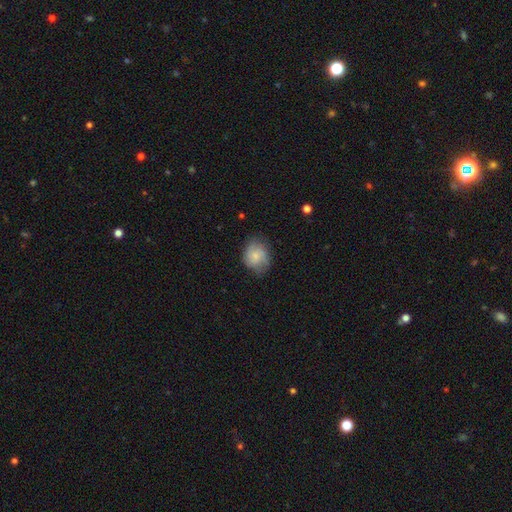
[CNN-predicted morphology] The model was most divided on "how rounded": round: 62%, in between: 37%, cigar-shaped: 1%. More confident: merging — none (67%); smooth or featured — smooth (64%).